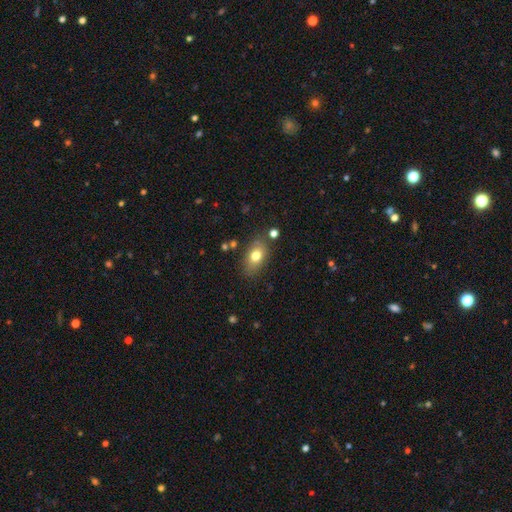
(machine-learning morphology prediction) Smooth or featured? smooth (75%)
How rounded? in between (82%)
Merging? none (79%)